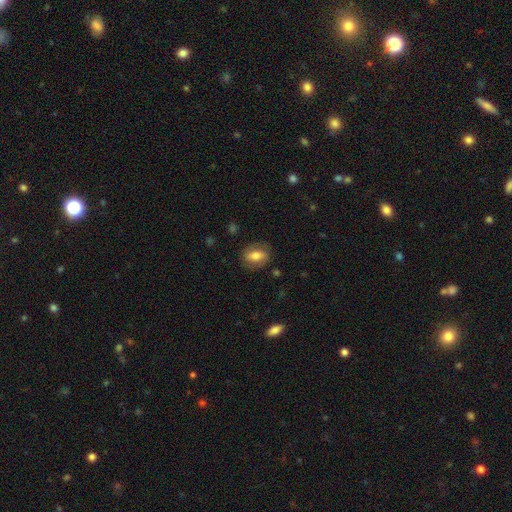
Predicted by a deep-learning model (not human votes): Smooth or featured: smooth — 65% (featured or disk — 28%)
How rounded: in between — 74% (round — 23%)
Merging: none — 78% (minor disturbance — 15%)